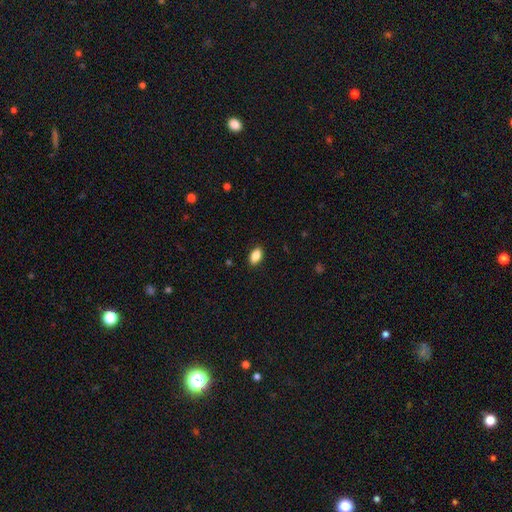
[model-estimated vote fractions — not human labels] smooth-or-featured: smooth: 86% | star or artifact: 8% | featured or disk: 6%
  how-rounded: in between: 90% | round: 6% | cigar-shaped: 4%
  merging: none: 89% | minor disturbance: 9% | major disturbance: 2% | merger: 1%